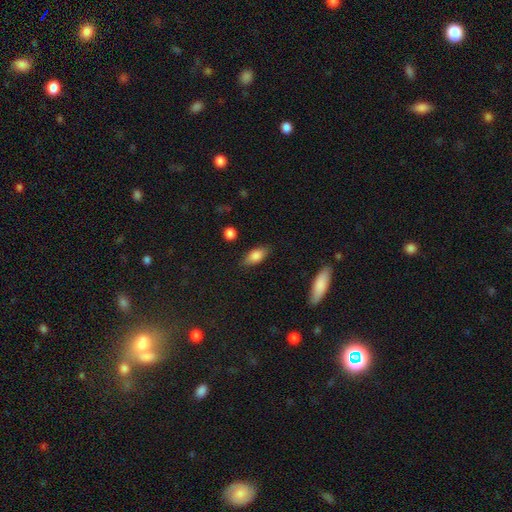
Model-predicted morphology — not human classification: type=smooth (78%); roundness=in between (83%); merging=none (83%).